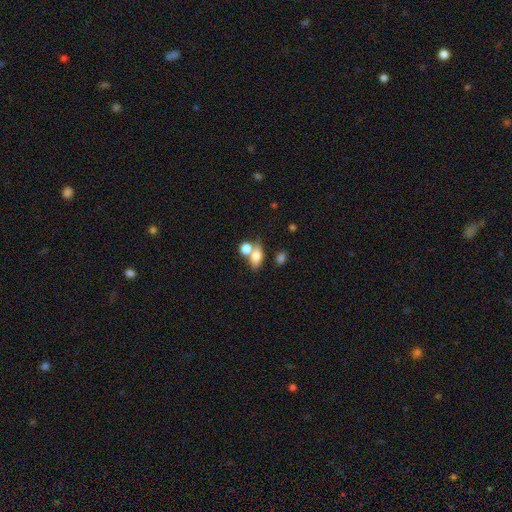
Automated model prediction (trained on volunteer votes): Q: Smooth or featured?
A: smooth (77%); runner-up: featured or disk (14%)
Q: How rounded?
A: in between (74%); runner-up: round (22%)
Q: Merging?
A: merger (46%); runner-up: none (39%)